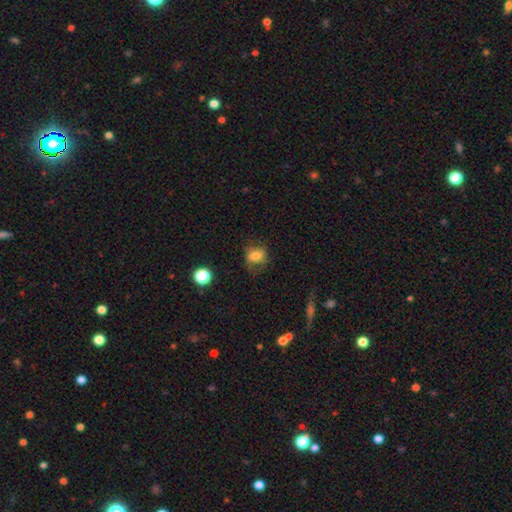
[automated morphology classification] This appears to be a smooth galaxy with no disk features (72%) that is in between round and cigar-shaped (57%). Merging: none (58%).